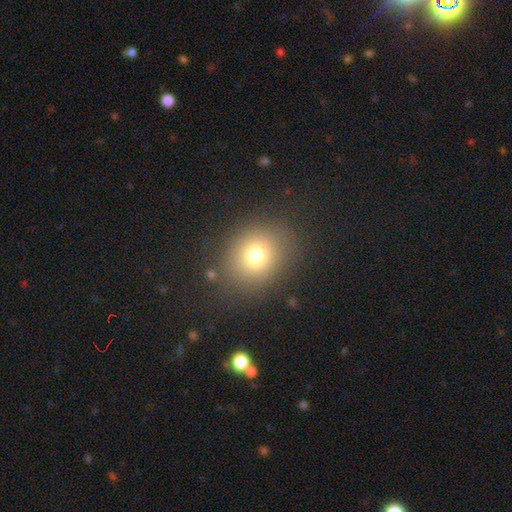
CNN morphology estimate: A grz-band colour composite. It shows a smooth galaxy with no disk features (74%) that is round (72%). Merging: none (83%).